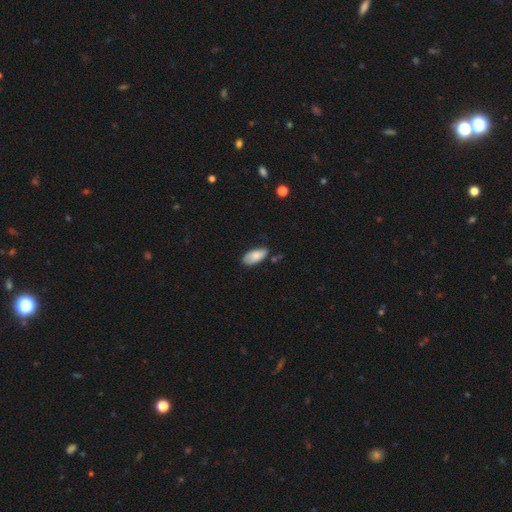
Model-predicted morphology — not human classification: Q: Smooth or featured?
A: smooth (82%); runner-up: featured or disk (11%)
Q: How rounded?
A: in between (93%); runner-up: cigar-shaped (5%)
Q: Merging?
A: none (64%); runner-up: minor disturbance (28%)